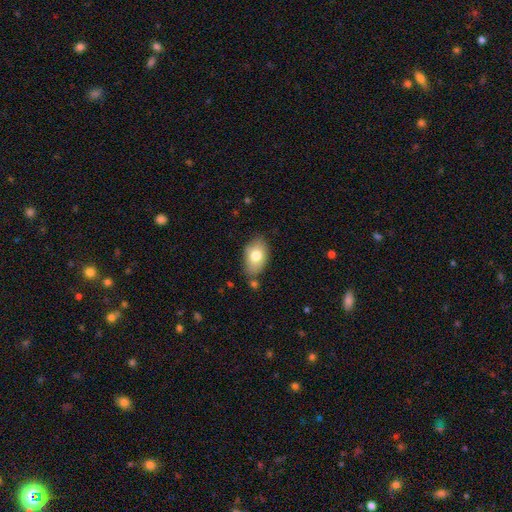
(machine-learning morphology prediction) smooth_or_featured: smooth (p=0.75) [alt: featured or disk p=0.18]
how_rounded: in between (p=0.89) [alt: round p=0.10]
merging: none (p=0.74) [alt: minor disturbance p=0.17]